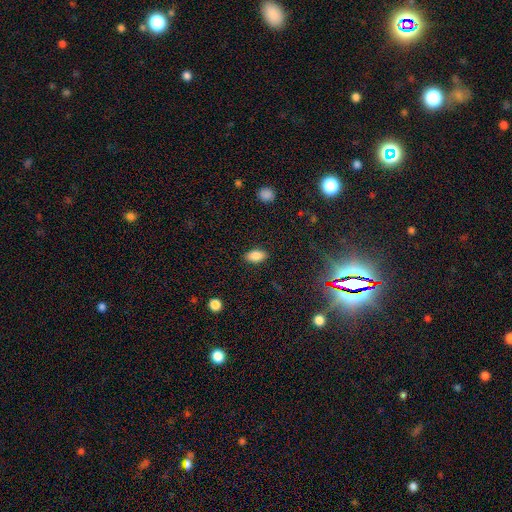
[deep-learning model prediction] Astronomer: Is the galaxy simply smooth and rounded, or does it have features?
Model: smooth — 85%.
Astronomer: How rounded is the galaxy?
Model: in between — 91%.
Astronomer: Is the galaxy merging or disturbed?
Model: none — 87%.